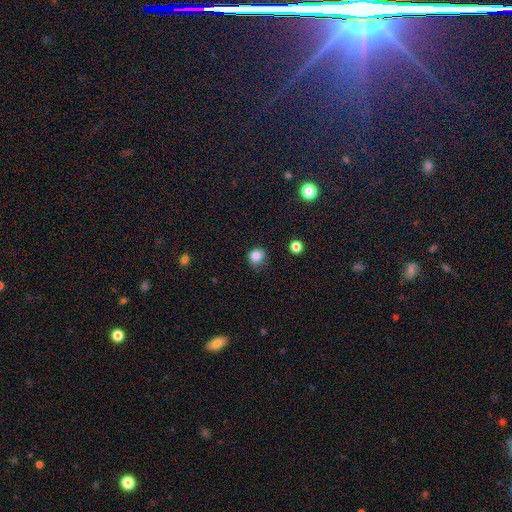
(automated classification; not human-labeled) smooth-or-featured: smooth: 83% | star or artifact: 12% | featured or disk: 5%
  how-rounded: round: 85% | in between: 15% | cigar-shaped: 1%
  merging: none: 69% | minor disturbance: 24% | major disturbance: 5% | merger: 2%